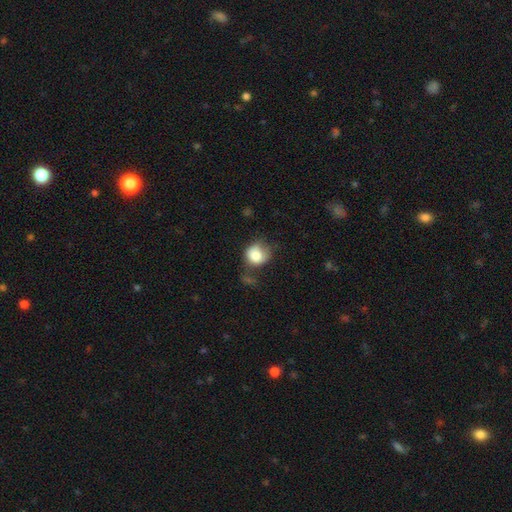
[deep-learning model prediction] Q: Smooth or featured?
A: smooth (79%); runner-up: featured or disk (12%)
Q: How rounded?
A: round (78%); runner-up: in between (21%)
Q: Merging?
A: none (43%); runner-up: minor disturbance (32%)